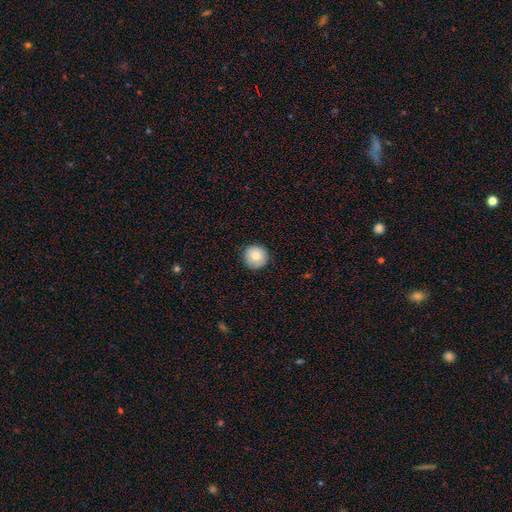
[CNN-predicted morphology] smooth-or-featured: smooth: 81% | featured or disk: 11% | star or artifact: 8%
  how-rounded: round: 95% | in between: 4% | cigar-shaped: 1%
  merging: none: 88% | minor disturbance: 9% | major disturbance: 2% | merger: 1%